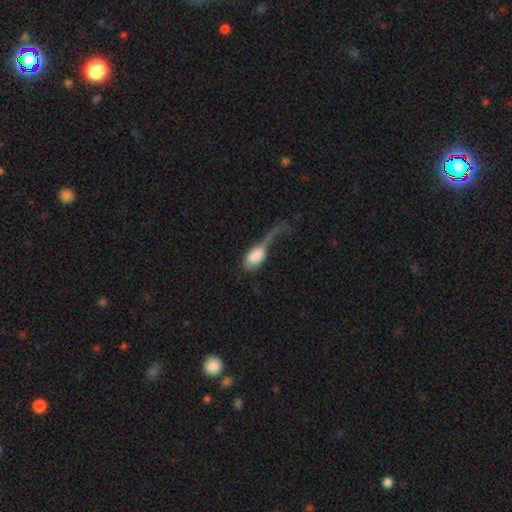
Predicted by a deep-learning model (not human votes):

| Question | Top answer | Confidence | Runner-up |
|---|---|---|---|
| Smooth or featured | smooth | 73% | featured or disk (19%) |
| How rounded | in between | 88% | round (7%) |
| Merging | major disturbance | 64% | minor disturbance (14%) |